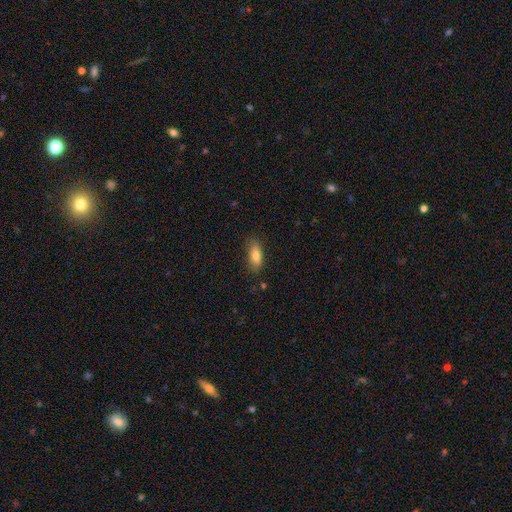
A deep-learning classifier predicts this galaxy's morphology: This appears to be a smooth galaxy with no disk features (80%) that is in between round and cigar-shaped (74%). Merging: none (81%).